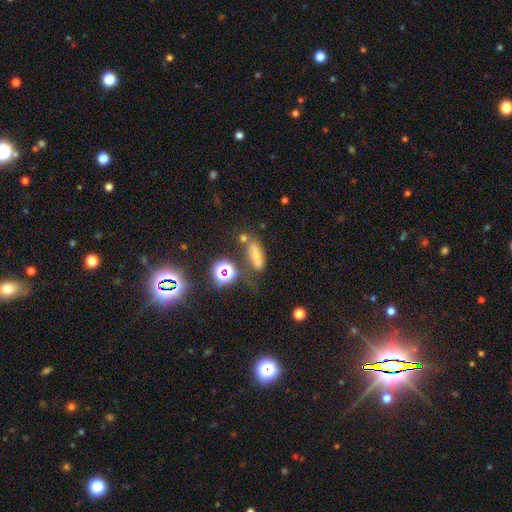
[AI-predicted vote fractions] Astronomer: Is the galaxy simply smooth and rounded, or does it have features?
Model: smooth — 61%.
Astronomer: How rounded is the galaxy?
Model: in between — 59%.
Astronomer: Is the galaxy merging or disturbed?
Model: none — 57%.